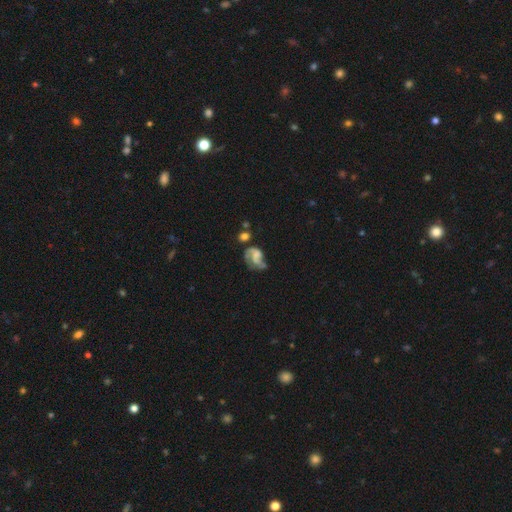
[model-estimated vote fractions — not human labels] Morphology: type=featured or disk (63%); edge-on=no (98%); bar=no (65%); spiral arms=yes (72%); bulge=none (48%); merging=major disturbance (35%).